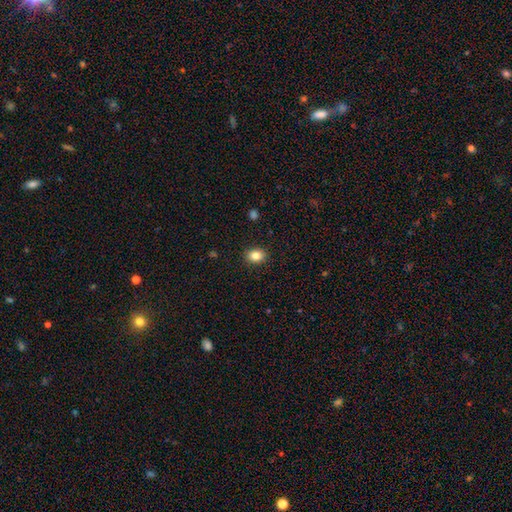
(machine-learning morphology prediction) Q: Smooth or featured?
A: smooth (85%); runner-up: star or artifact (10%)
Q: How rounded?
A: in between (54%); runner-up: round (45%)
Q: Merging?
A: none (90%); runner-up: minor disturbance (7%)